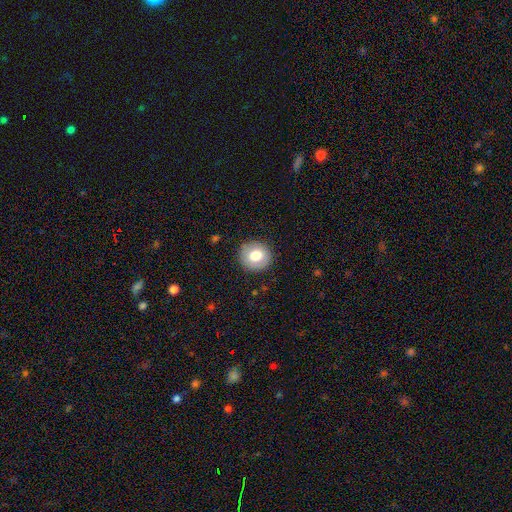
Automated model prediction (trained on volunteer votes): Smooth or featured?
  - smooth: 76% *
  - featured or disk: 16%
  - star or artifact: 8%
How rounded?
  - round: 91% *
  - in between: 8%
  - cigar-shaped: 1%
Merging?
  - none: 89% *
  - minor disturbance: 8%
  - major disturbance: 2%
  - merger: 1%